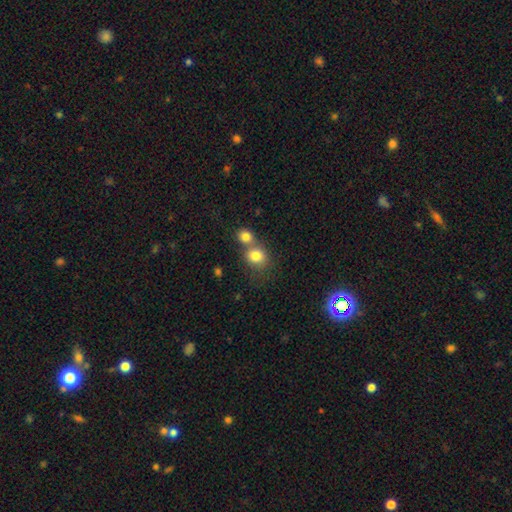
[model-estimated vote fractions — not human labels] Smooth or featured: smooth — 80% (star or artifact — 10%)
How rounded: round — 74% (in between — 25%)
Merging: merger — 52% (none — 37%)